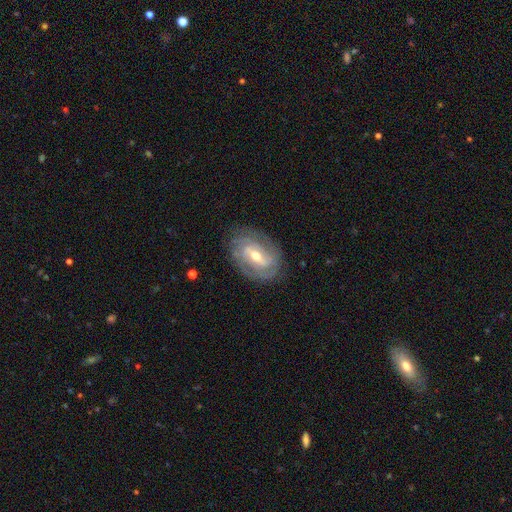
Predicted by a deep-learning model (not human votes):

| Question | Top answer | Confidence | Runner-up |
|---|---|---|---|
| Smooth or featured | featured or disk | 81% | smooth (13%) |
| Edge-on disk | no | 95% | yes (5%) |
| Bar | weak | 44% | strong (38%) |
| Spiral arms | yes | 89% | no (11%) |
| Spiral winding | tight | 59% | medium (31%) |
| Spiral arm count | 2 | 44% | can't tell (28%) |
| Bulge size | moderate | 65% | small (30%) |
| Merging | none | 78% | minor disturbance (15%) |